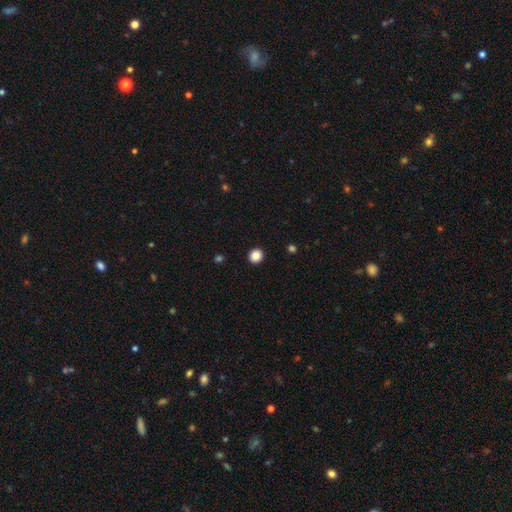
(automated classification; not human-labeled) This appears to be a smooth galaxy with no disk features (86%) that is round (91%). Merging: none (93%).